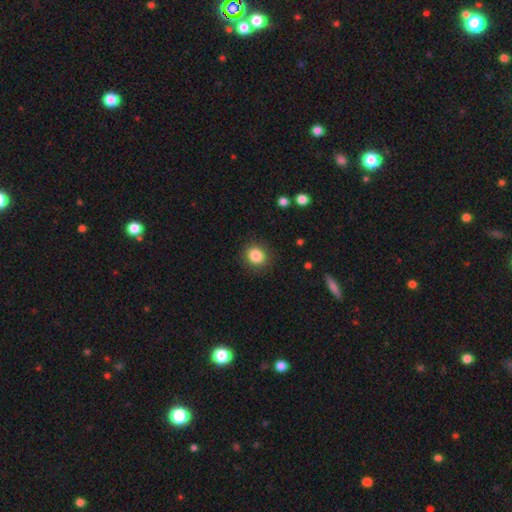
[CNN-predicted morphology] smooth_or_featured: smooth (p=0.85) [alt: star or artifact p=0.10]
how_rounded: round (p=0.79) [alt: in between p=0.20]
merging: none (p=0.88) [alt: minor disturbance p=0.08]